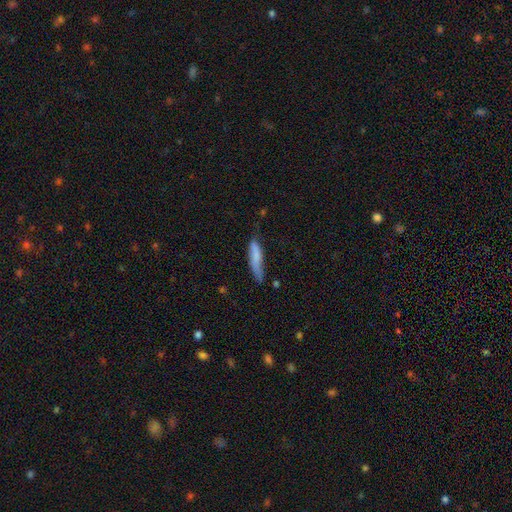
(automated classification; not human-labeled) Overall: smooth (74%). How rounded: cigar-shaped (79%). Merging: none (49%; minor disturbance 36%).